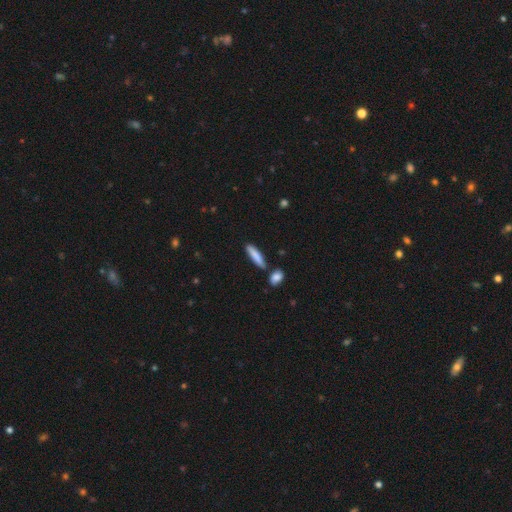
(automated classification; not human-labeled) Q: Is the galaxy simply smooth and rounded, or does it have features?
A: smooth — 83%.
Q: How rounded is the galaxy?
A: cigar-shaped — 78%.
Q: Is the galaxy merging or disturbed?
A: none — 79%.